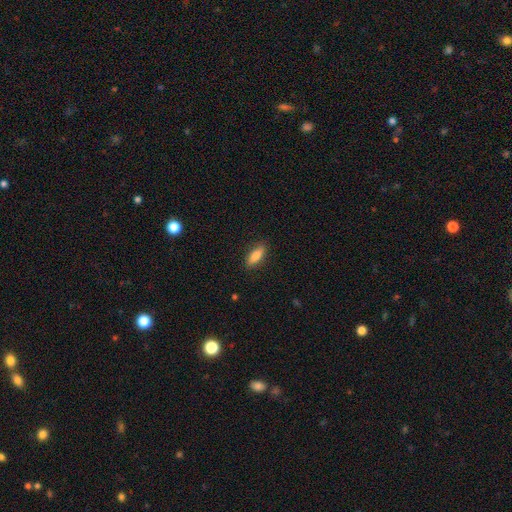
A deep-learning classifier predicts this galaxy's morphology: smooth 82%, featured or disk 11%, star or artifact 7%. Down the decision tree: how rounded — in between (67%); merging — none (87%).